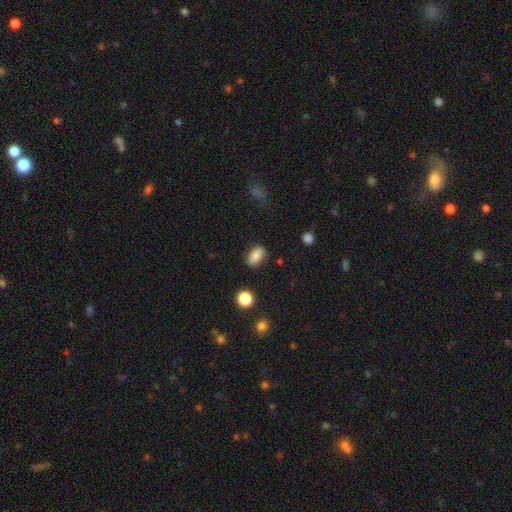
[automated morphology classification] type=smooth (76%); roundness=in between (87%); merging=none (80%).